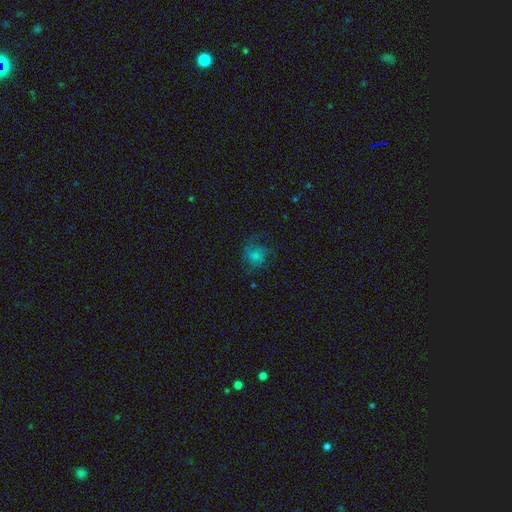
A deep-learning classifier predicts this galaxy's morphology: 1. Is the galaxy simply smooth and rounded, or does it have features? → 53% smooth, 34% featured or disk, 13% star or artifact.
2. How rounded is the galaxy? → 72% round, 27% in between, 1% cigar-shaped.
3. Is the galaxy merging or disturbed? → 49% none, 28% major disturbance, 22% minor disturbance, 2% merger.